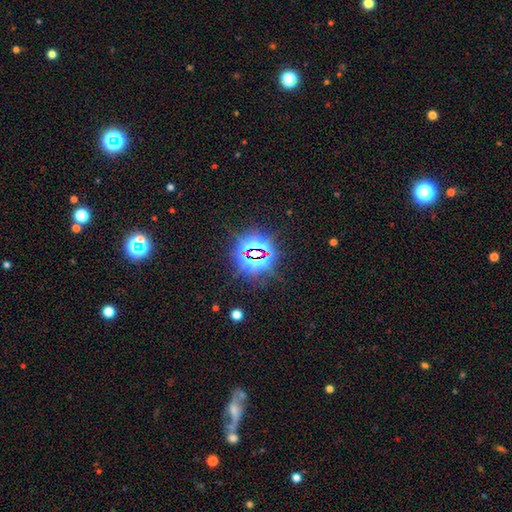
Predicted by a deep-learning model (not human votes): Q: Smooth or featured?
A: star or artifact (80%); runner-up: smooth (12%)